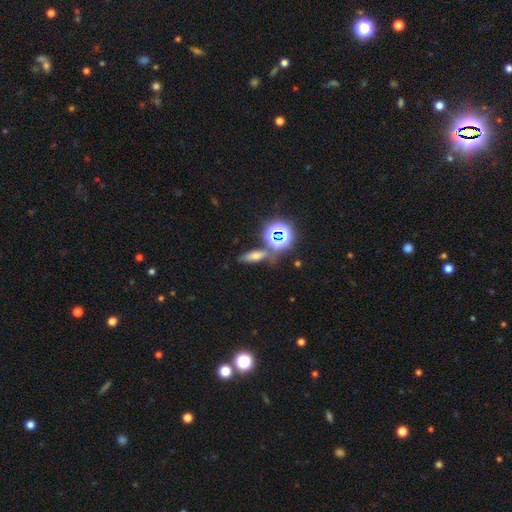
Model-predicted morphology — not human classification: The model was most divided on "how rounded": in between: 51%, cigar-shaped: 38%, round: 11%. More confident: merging — none (72%); smooth or featured — smooth (55%).